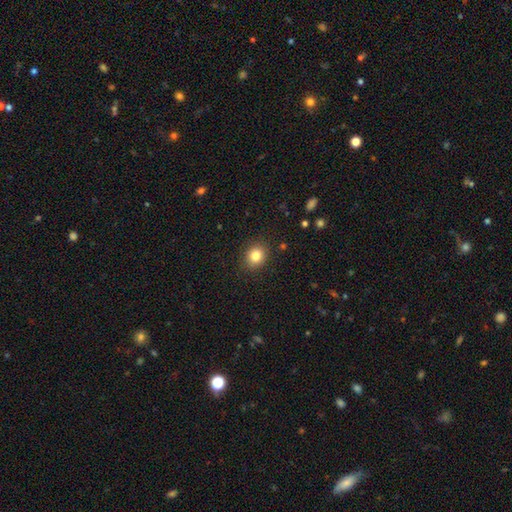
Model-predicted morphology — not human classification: A smooth galaxy with no disk features (83%) that is round (71%).

Vote fractions:
- Smooth or featured? smooth: 83% / star or artifact: 11% / featured or disk: 6%
- How rounded? round: 71% / in between: 28% / cigar-shaped: 1%
- Merging? none: 89% / minor disturbance: 8% / major disturbance: 2% / merger: 1%